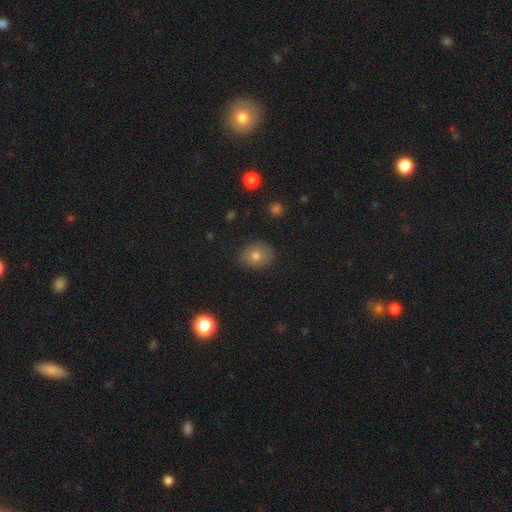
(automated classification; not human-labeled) Smooth or featured: smooth — 74% (featured or disk — 15%)
How rounded: round — 53% (in between — 46%)
Merging: none — 83% (minor disturbance — 13%)